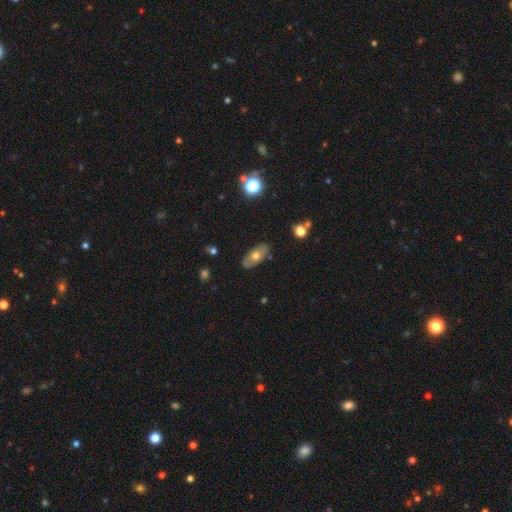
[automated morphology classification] Smooth or featured?
  - smooth: 52% *
  - featured or disk: 40%
  - star or artifact: 8%
How rounded?
  - in between: 88% *
  - cigar-shaped: 7%
  - round: 5%
Merging?
  - none: 82% *
  - minor disturbance: 13%
  - major disturbance: 3%
  - merger: 2%